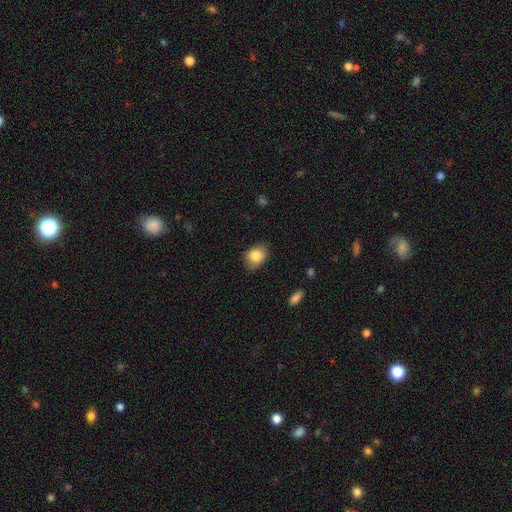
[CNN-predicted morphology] Smooth or featured?
  - smooth: 85% *
  - star or artifact: 8%
  - featured or disk: 7%
How rounded?
  - in between: 65% *
  - round: 34%
  - cigar-shaped: 1%
Merging?
  - none: 76% *
  - minor disturbance: 19%
  - major disturbance: 4%
  - merger: 1%